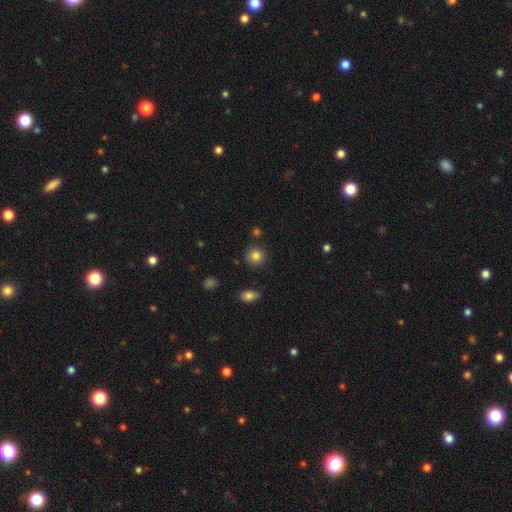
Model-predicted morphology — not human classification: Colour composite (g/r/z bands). It shows a smooth galaxy with no disk features (83%) that is round (92%). Merging: none (87%).